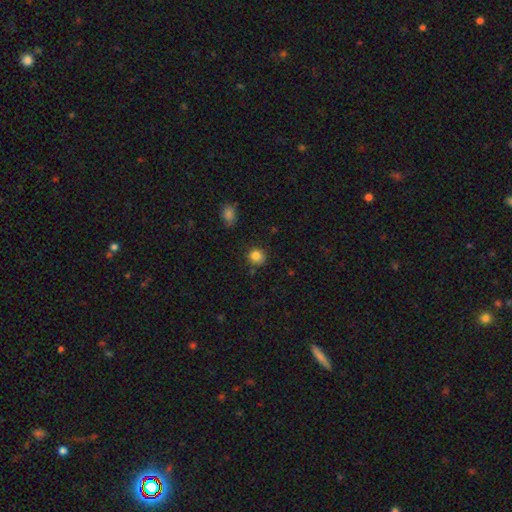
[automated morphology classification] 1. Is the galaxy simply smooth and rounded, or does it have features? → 84% smooth, 11% star or artifact, 5% featured or disk.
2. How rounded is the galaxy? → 88% round, 11% in between, 1% cigar-shaped.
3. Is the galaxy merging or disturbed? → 80% none, 13% minor disturbance, 3% merger, 3% major disturbance.